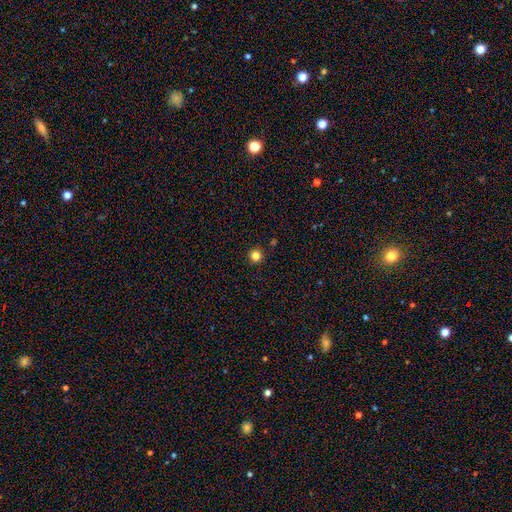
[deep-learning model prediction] Q: Smooth or featured?
A: smooth (83%); runner-up: star or artifact (13%)
Q: How rounded?
A: round (96%); runner-up: in between (3%)
Q: Merging?
A: none (92%); runner-up: minor disturbance (5%)